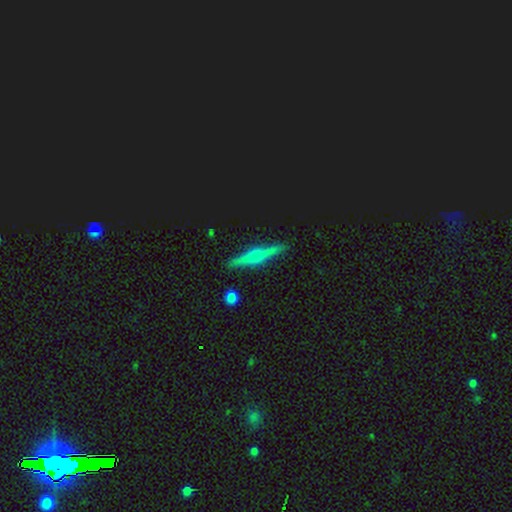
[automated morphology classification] A featured or disk galaxy (68%) viewed edge-on (98%) with a rounded central bulge (86%).

Vote fractions:
- Smooth or featured? featured or disk: 68% / smooth: 23% / star or artifact: 9%
- Edge-on disk? yes: 98% / no: 2%
- Edge-on bulge? rounded: 86% / boxy: 9% / none: 6%
- Merging? none: 90% / minor disturbance: 7% / merger: 2% / major disturbance: 2%